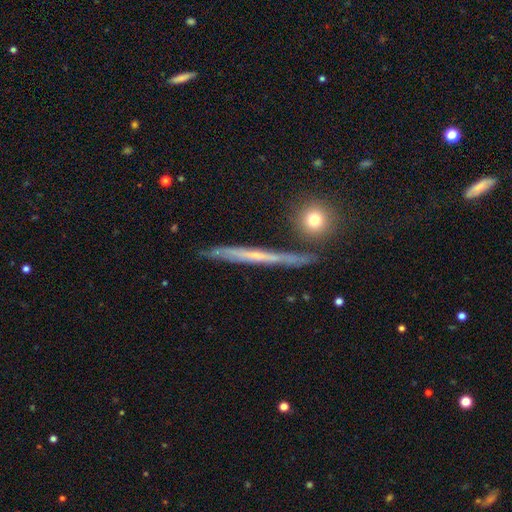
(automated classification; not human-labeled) This is likely a featured or disk galaxy (64%). It is clearly viewed edge-on (89%). Edge-on bulge: likely none (80%). Merging: likely none (77%).